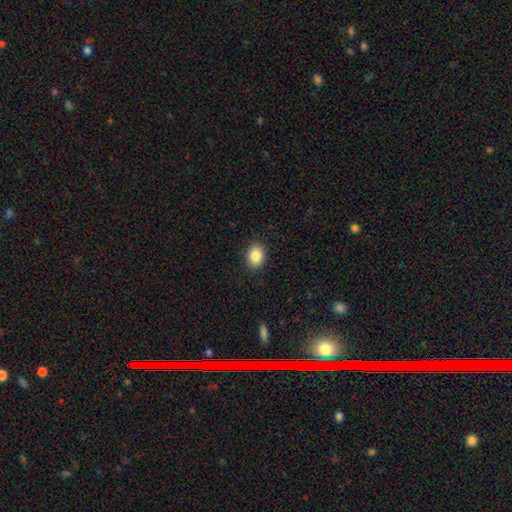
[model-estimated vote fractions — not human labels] Morphology: type=smooth (86%); roundness=in between (61%); merging=none (89%).